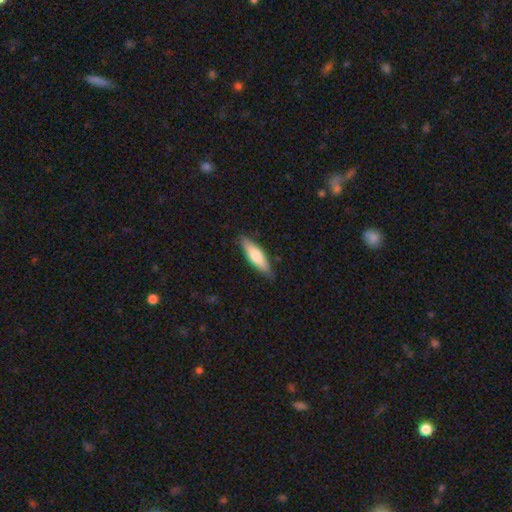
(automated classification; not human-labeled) Smooth or featured? smooth (66%)
How rounded? cigar-shaped (57%)
Merging? none (85%)